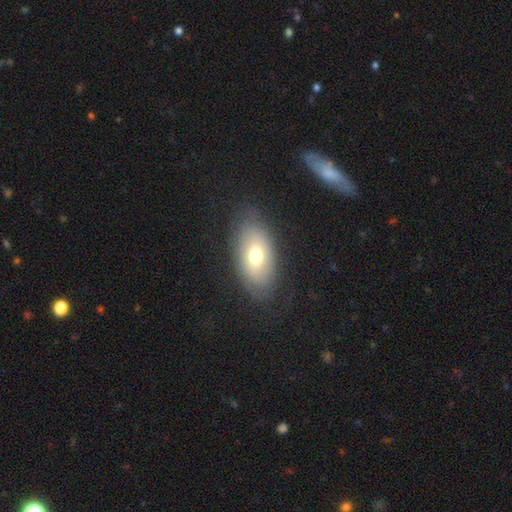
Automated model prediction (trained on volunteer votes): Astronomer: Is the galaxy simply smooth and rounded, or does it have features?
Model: smooth — 65%.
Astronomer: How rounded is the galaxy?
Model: in between — 90%.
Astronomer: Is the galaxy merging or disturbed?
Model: none — 77%.